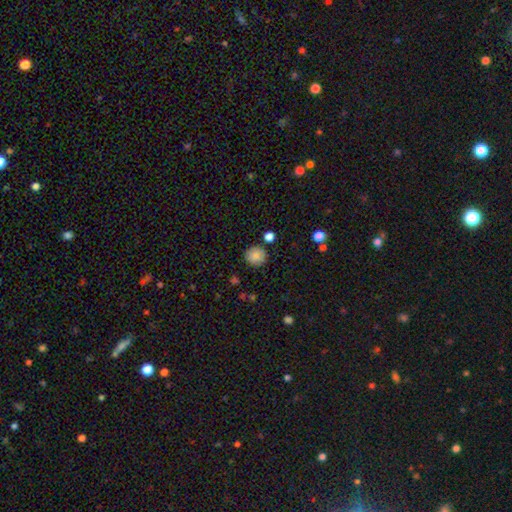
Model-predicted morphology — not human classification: This appears to be a smooth galaxy with no disk features (83%) that is round (88%). Merging: none (85%).